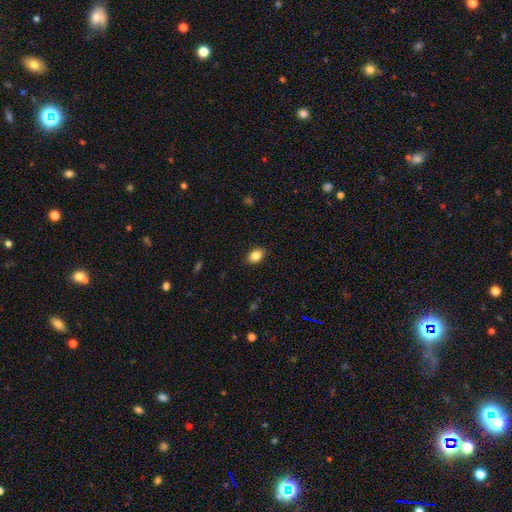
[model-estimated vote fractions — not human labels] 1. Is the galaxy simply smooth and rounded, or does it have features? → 86% smooth, 9% star or artifact, 5% featured or disk.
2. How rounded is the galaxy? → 80% in between, 19% round, 1% cigar-shaped.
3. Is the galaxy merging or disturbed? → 88% none, 9% minor disturbance, 2% major disturbance, 1% merger.